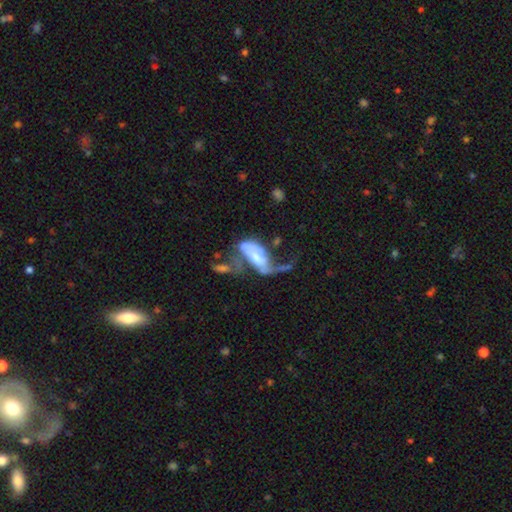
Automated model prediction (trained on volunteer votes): This appears to be a featured or disk galaxy (63%) with no bar (47%), spiral arms (66%) and a moderate central bulge (43%). Merging: major disturbance (47%).